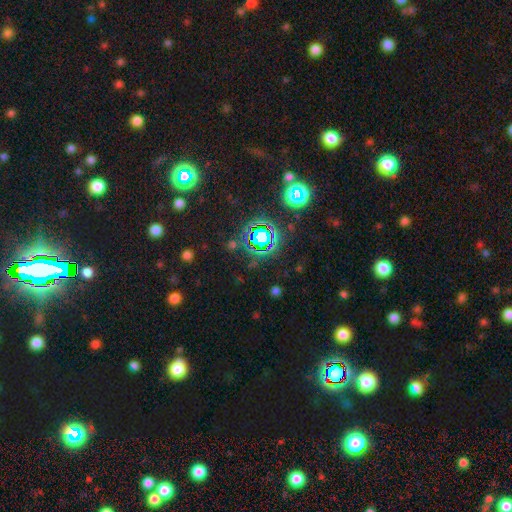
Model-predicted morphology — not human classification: Overall: star or artifact (73%).